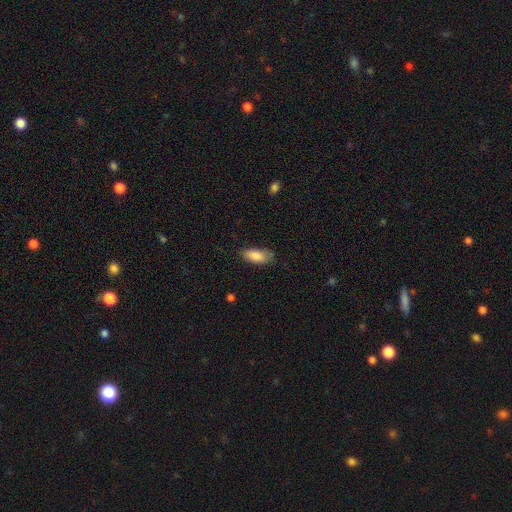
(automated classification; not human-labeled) Morphology: type=smooth (86%); roundness=in between (85%); merging=none (74%).